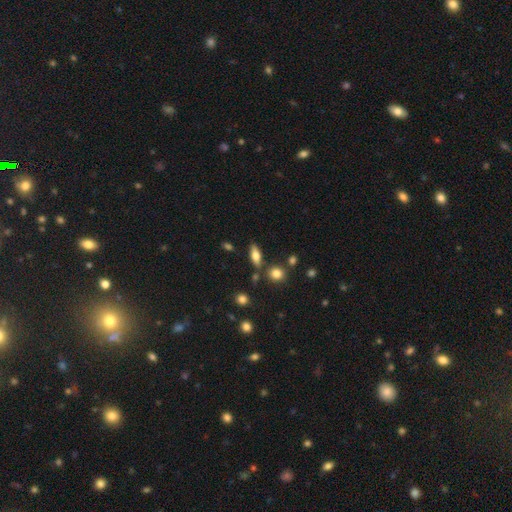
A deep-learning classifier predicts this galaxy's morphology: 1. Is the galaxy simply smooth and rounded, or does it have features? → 68% smooth, 23% featured or disk, 9% star or artifact.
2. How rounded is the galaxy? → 71% in between, 25% cigar-shaped, 4% round.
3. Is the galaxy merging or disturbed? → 77% none, 12% minor disturbance, 8% merger, 3% major disturbance.